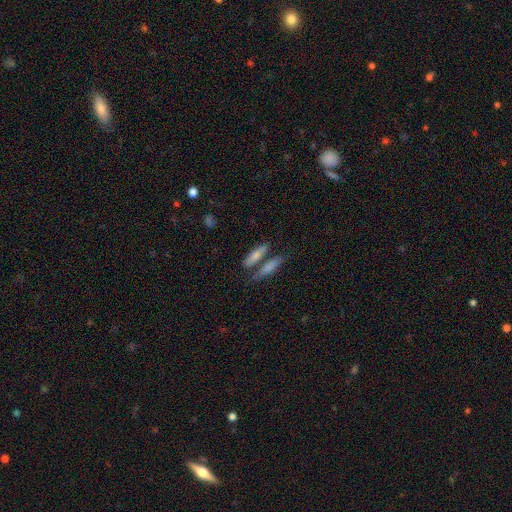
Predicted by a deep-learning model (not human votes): Morphology: type=smooth (66%); roundness=cigar-shaped (68%); merging=none (53%).